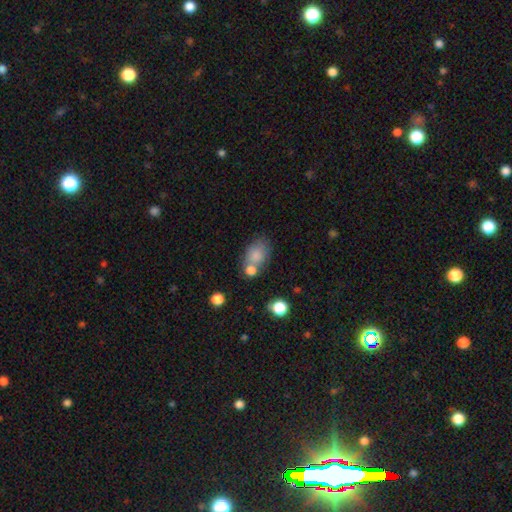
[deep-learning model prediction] smooth-or-featured: smooth: 80% | featured or disk: 11% | star or artifact: 9%
  how-rounded: in between: 75% | round: 24% | cigar-shaped: 1%
  merging: none: 46% | merger: 31% | minor disturbance: 16% | major disturbance: 7%